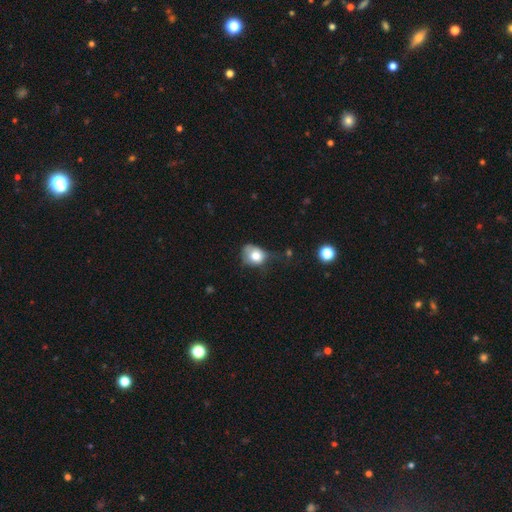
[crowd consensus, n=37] Volunteers were most divided on "how rounded": round: 52%, in between: 48%, cigar-shaped: 0%. Remaining: smooth or featured — smooth (84%); merging — major disturbance (43%).